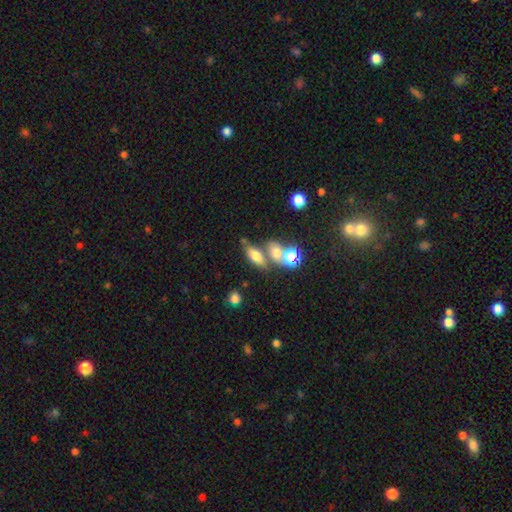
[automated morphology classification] smooth_or_featured: smooth (p=0.66) [alt: featured or disk p=0.20]
how_rounded: in between (p=0.71) [alt: cigar-shaped p=0.17]
merging: none (p=0.46) [alt: merger p=0.37]